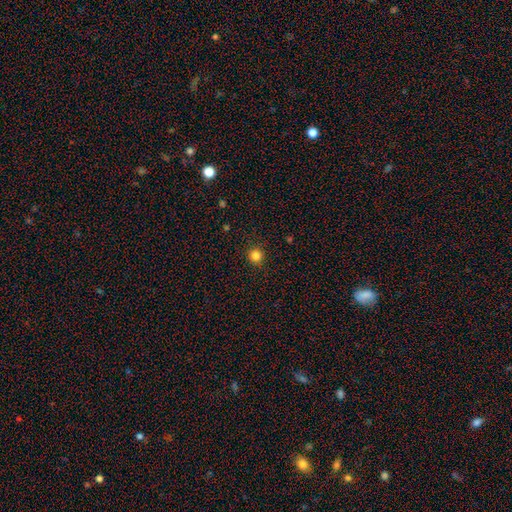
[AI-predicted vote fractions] Smooth or featured? smooth (83%)
How rounded? round (95%)
Merging? none (92%)